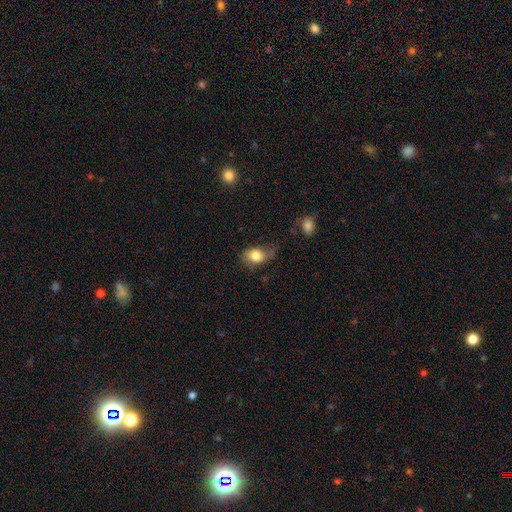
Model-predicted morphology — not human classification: Q: Smooth or featured?
A: smooth (80%); runner-up: featured or disk (12%)
Q: How rounded?
A: in between (71%); runner-up: round (27%)
Q: Merging?
A: none (45%); runner-up: minor disturbance (33%)